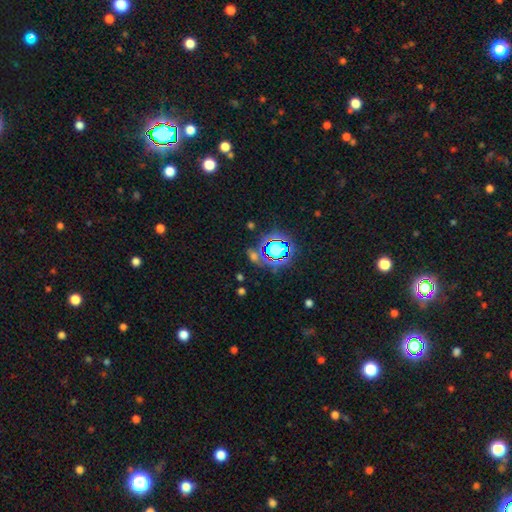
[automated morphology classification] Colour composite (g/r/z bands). It shows a star or artifact, not a galaxy (74%).